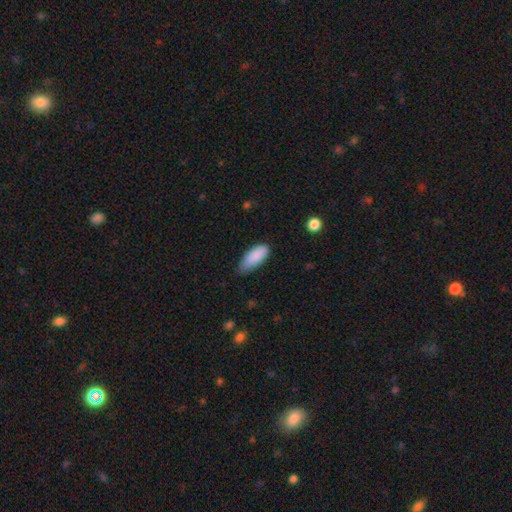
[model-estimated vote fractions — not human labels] Morphology: type=smooth (89%); roundness=in between (84%); merging=none (58%).